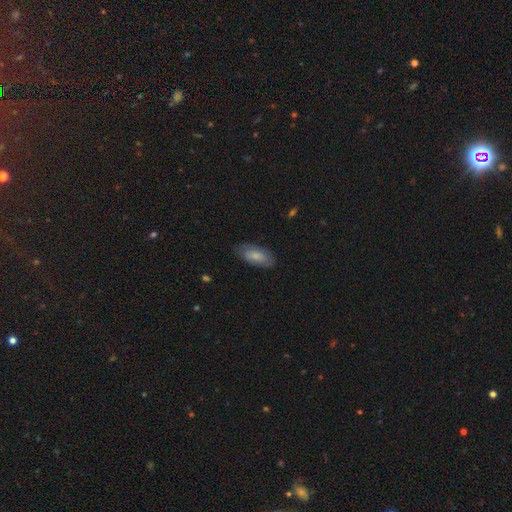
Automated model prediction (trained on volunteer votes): The model was most divided on "smooth or featured": smooth: 75%, featured or disk: 19%, star or artifact: 6%. More confident: how rounded — in between (89%); merging — none (78%).